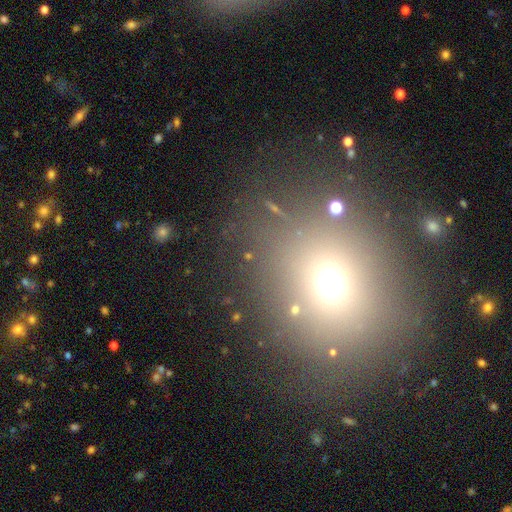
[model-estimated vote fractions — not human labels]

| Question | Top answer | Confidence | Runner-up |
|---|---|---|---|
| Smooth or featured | smooth | 57% | star or artifact (32%) |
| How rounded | round | 72% | in between (26%) |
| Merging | none | 80% | minor disturbance (10%) |